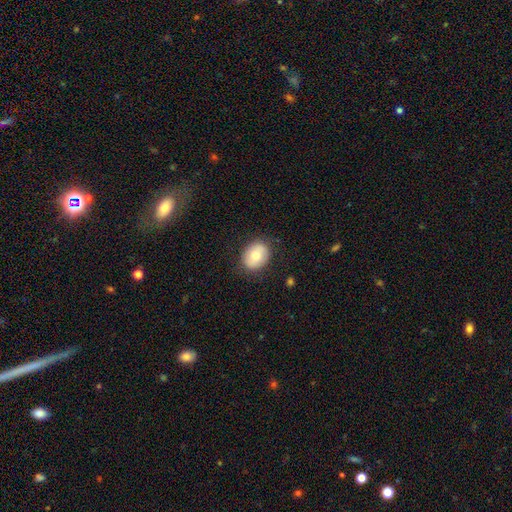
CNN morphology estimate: smooth-or-featured: smooth: 76% | featured or disk: 17% | star or artifact: 7%
  how-rounded: in between: 59% | round: 41% | cigar-shaped: 1%
  merging: none: 85% | minor disturbance: 11% | major disturbance: 3% | merger: 1%